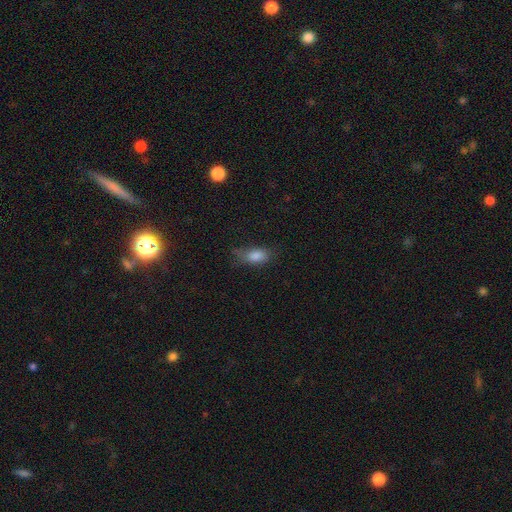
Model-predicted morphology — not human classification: A smooth galaxy with no disk features (82%) that is in between round and cigar-shaped (85%). Merging: none (58%).